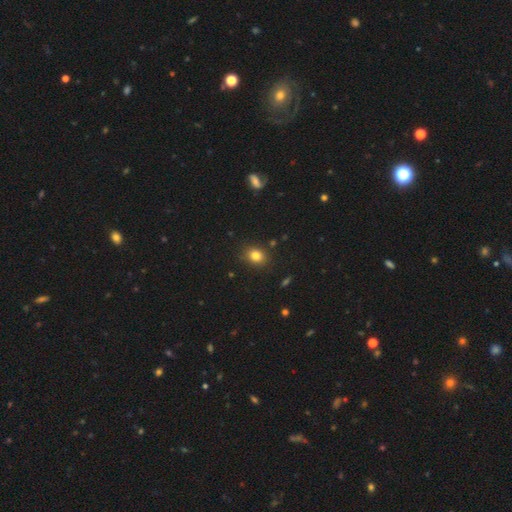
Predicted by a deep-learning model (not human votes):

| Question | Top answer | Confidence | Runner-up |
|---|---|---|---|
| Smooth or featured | smooth | 82% | star or artifact (12%) |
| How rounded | round | 56% | in between (43%) |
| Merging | none | 86% | minor disturbance (9%) |